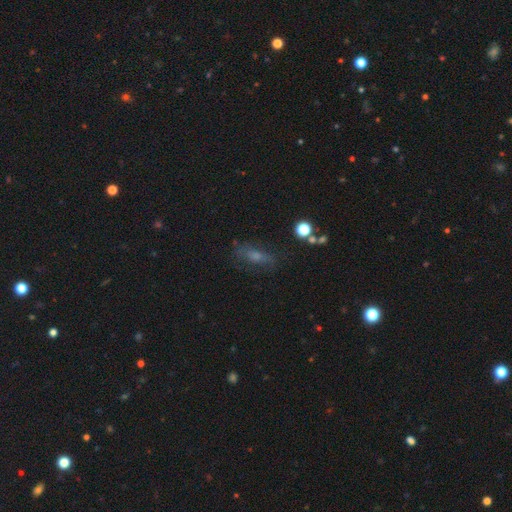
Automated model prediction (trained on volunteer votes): Smooth or featured? Predicted: smooth (p=0.44). Merging? Predicted: none (p=0.67).